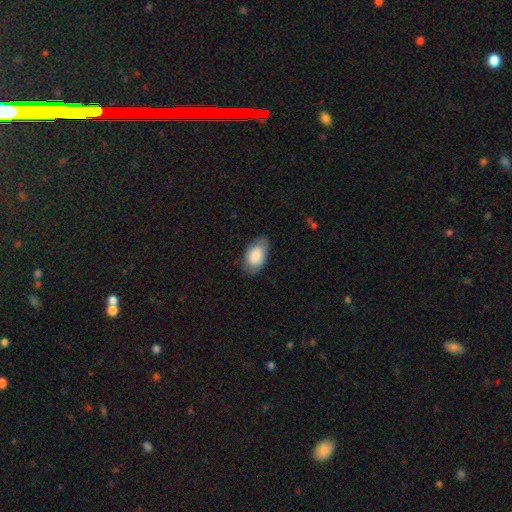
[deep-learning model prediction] smooth-or-featured: smooth: 84% | featured or disk: 10% | star or artifact: 6%
  how-rounded: in between: 94% | round: 5% | cigar-shaped: 1%
  merging: none: 75% | minor disturbance: 19% | major disturbance: 4% | merger: 1%